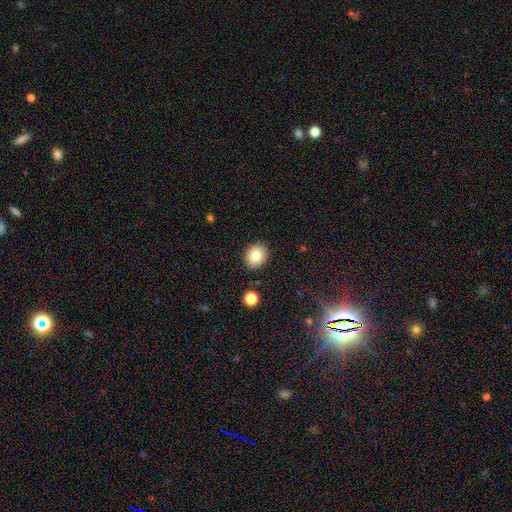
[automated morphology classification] A smooth galaxy with no disk features (81%) that is round (71%).

Vote fractions:
- Smooth or featured? smooth: 81% / star or artifact: 10% / featured or disk: 9%
- How rounded? round: 71% / in between: 28% / cigar-shaped: 1%
- Merging? none: 89% / minor disturbance: 7% / major disturbance: 2% / merger: 2%